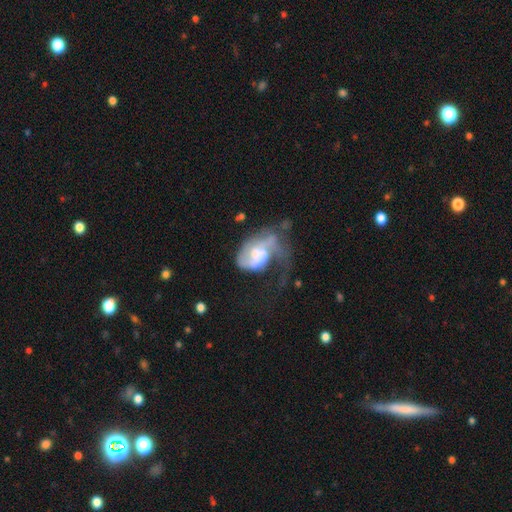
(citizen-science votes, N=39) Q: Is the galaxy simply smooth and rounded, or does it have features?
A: featured or disk — 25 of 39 (64%).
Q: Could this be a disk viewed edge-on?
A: no — 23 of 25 (92%).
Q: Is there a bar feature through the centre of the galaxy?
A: no — 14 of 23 (61%).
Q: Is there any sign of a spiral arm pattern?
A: yes — 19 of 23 (83%).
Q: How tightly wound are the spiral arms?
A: tight — 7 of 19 (37%, tied with medium).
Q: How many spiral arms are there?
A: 1 — 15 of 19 (79%).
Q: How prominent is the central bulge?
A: small — 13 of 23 (57%).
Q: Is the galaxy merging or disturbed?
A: major disturbance — 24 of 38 (63%).